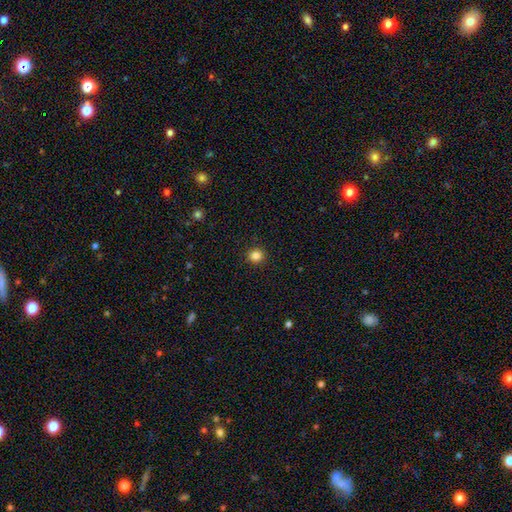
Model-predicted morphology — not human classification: Smooth or featured? smooth (84%)
How rounded? round (91%)
Merging? none (92%)